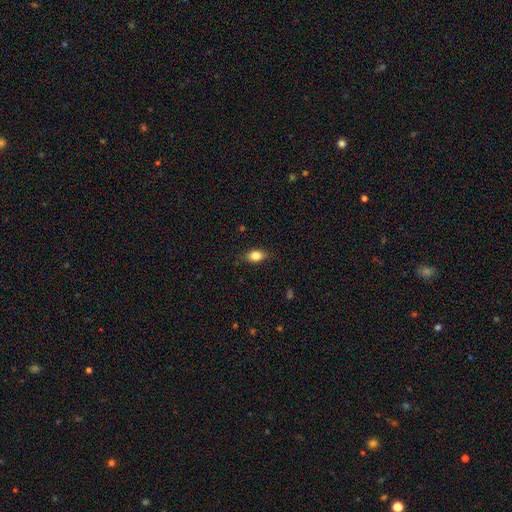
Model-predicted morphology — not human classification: smooth 84%, star or artifact 9%, featured or disk 8%. Down the decision tree: how rounded — in between (82%); merging — none (83%).